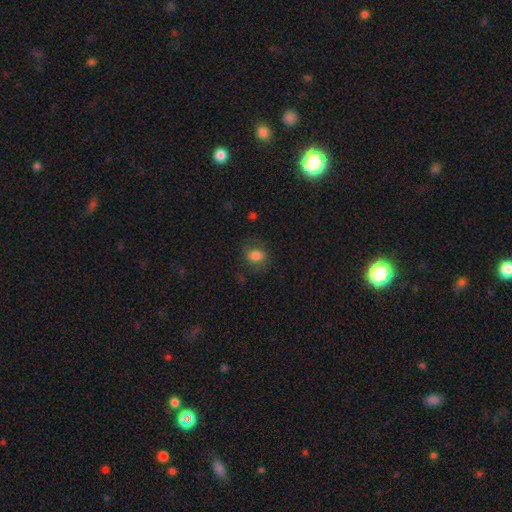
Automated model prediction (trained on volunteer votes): smooth 78%, featured or disk 11%, star or artifact 11%. Down the decision tree: how rounded — in between (52%); merging — none (71%).